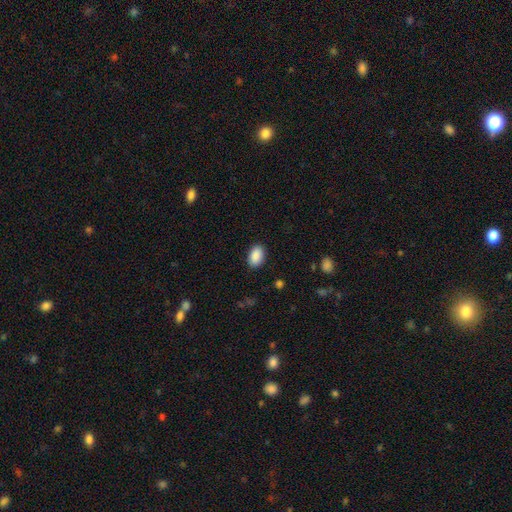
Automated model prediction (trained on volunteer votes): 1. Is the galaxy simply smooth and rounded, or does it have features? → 90% smooth, 7% star or artifact, 3% featured or disk.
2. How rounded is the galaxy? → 90% in between, 9% round, 1% cigar-shaped.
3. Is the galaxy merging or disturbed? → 88% none, 9% minor disturbance, 2% major disturbance, 1% merger.